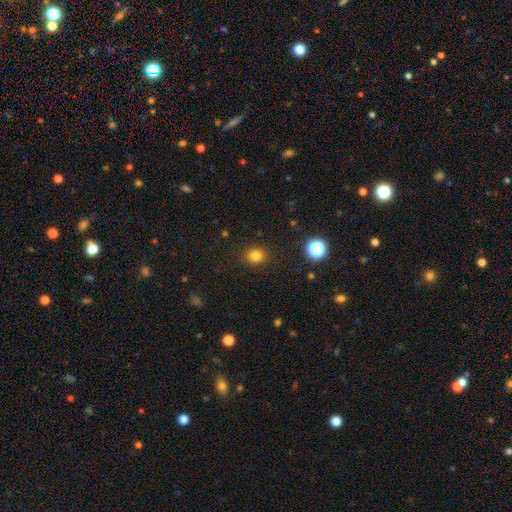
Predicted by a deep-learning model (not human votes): smooth_or_featured: smooth (p=0.81) [alt: star or artifact p=0.15]
how_rounded: round (p=0.75) [alt: in between p=0.24]
merging: none (p=0.89) [alt: minor disturbance p=0.07]